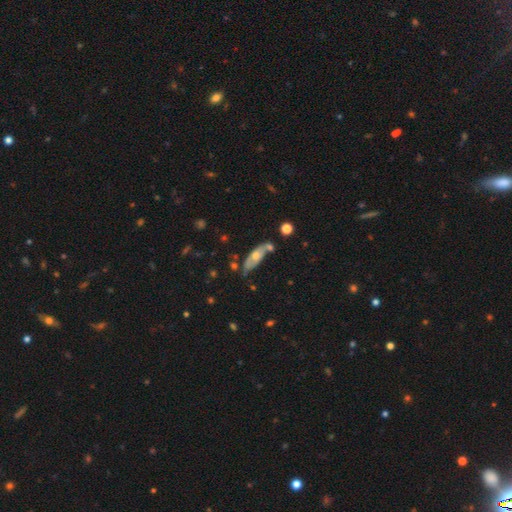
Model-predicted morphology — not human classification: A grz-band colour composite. It shows a featured or disk galaxy (50%). Merging: none (51%).